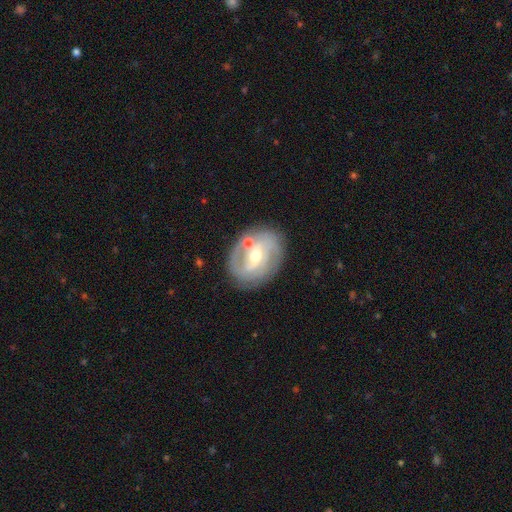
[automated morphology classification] This appears to be a featured or disk galaxy (81%) with a weak bar (48%), 2 (57%) tight (51%) spiral arms (89%) and a moderate central bulge (62%). Merging: none (75%).